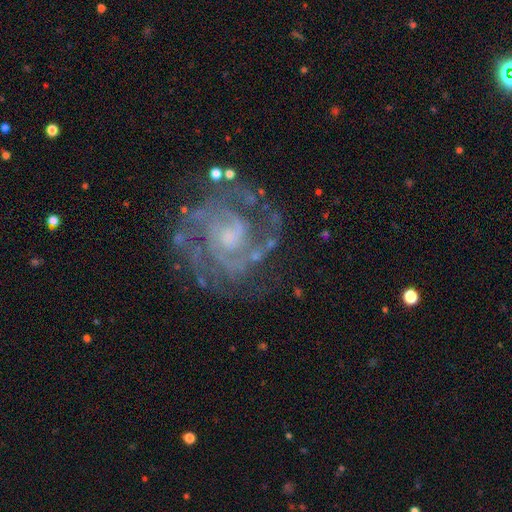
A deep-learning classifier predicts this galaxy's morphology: Smooth or featured? Predicted: featured or disk (p=0.89). Edge-on disk? Predicted: no (p=0.98). Bar? Predicted: no (p=0.58). Spiral arms? Predicted: yes (p=0.97). Spiral winding? Predicted: tight (p=0.50). Spiral arm count? Predicted: 2 (p=0.39). Bulge size? Predicted: small (p=0.43). Merging? Predicted: none (p=0.69).